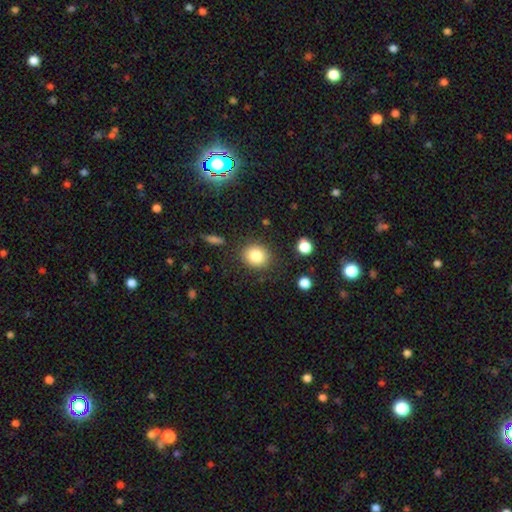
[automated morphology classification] Q: Smooth or featured?
A: smooth (82%); runner-up: star or artifact (10%)
Q: How rounded?
A: round (77%); runner-up: in between (22%)
Q: Merging?
A: none (85%); runner-up: minor disturbance (9%)